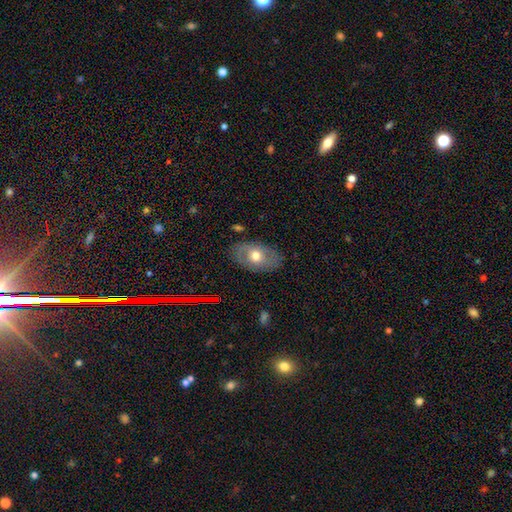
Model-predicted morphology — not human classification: This appears to be a smooth galaxy with no disk features (50%) that is in between round and cigar-shaped (87%). Merging: none (79%).